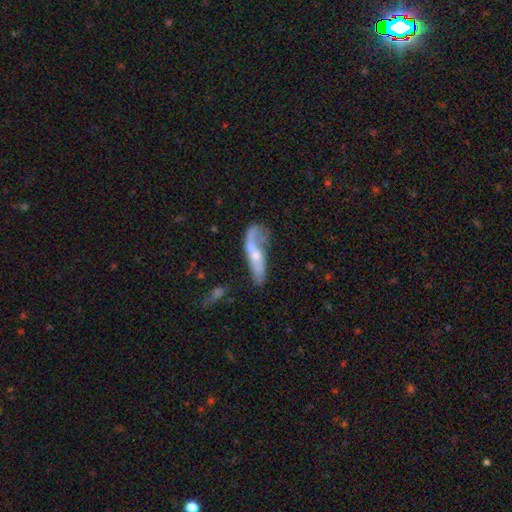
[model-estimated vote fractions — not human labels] Q: Smooth or featured?
A: featured or disk (58%); runner-up: smooth (26%)
Q: Edge-on disk?
A: no (61%); runner-up: yes (39%)
Q: Merging?
A: none (50%); runner-up: minor disturbance (19%)